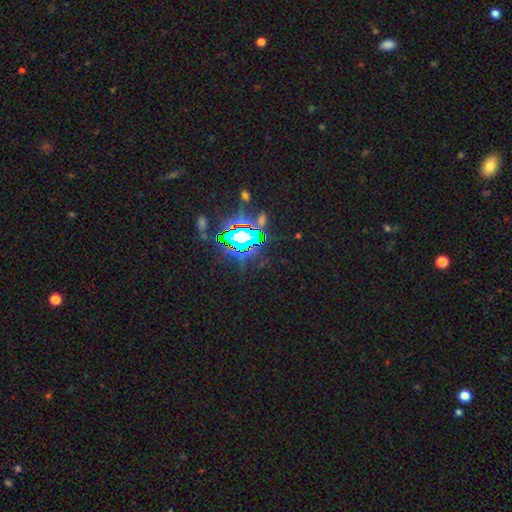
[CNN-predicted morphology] star or artifact 84%, smooth 9%, featured or disk 7%.